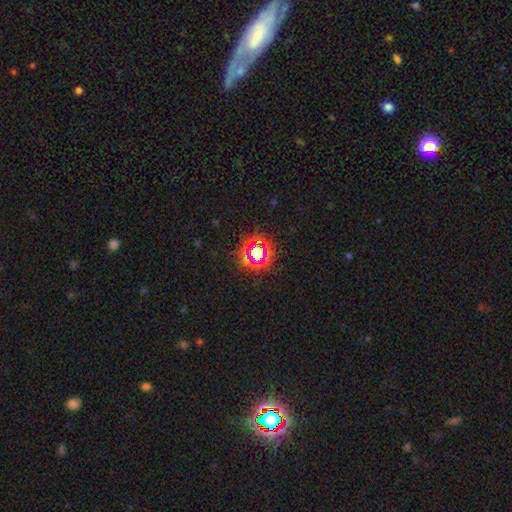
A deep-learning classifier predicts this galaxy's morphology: Q: Smooth or featured?
A: star or artifact (69%); runner-up: smooth (20%)